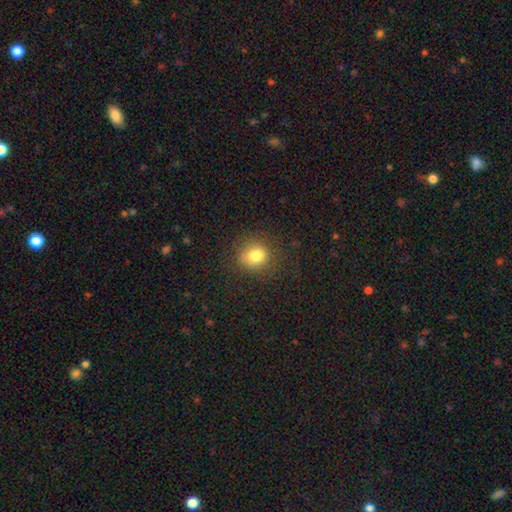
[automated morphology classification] smooth 80%, star or artifact 12%, featured or disk 8%. Down the decision tree: how rounded — round (80%); merging — none (82%).